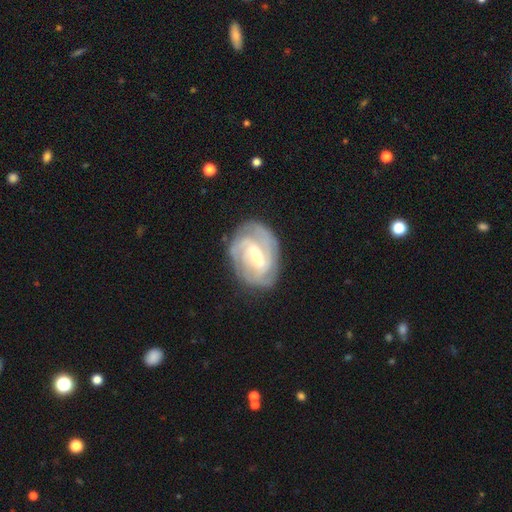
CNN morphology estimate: Smooth or featured? Predicted: featured or disk (p=0.86). Edge-on disk? Predicted: no (p=0.97). Bar? Predicted: weak (p=0.49). Spiral arms? Predicted: yes (p=0.96). Spiral winding? Predicted: tight (p=0.63). Spiral arm count? Predicted: 3 (p=0.32). Bulge size? Predicted: moderate (p=0.52). Merging? Predicted: none (p=0.78).